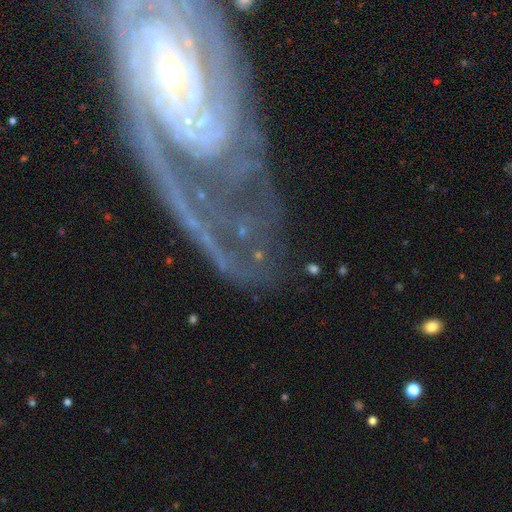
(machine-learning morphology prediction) A featured or disk galaxy (87%) with no bar (51%), 2 (33%) tight (69%) spiral arms (95%) and a small central bulge (60%).

Vote fractions:
- Smooth or featured? featured or disk: 87% / star or artifact: 8% / smooth: 5%
- Edge-on disk? no: 95% / yes: 5%
- Bar? no: 51% / weak: 26% / strong: 23%
- Spiral arms? yes: 95% / no: 5%
- Spiral winding? tight: 69% / medium: 23% / loose: 7%
- Spiral arm count? 2: 33% / can't tell: 23% / 3: 15% / 4: 11% / more than 4: 10% / 1: 9%
- Bulge size? small: 60% / moderate: 34% / large: 3% / none: 2% / dominant: 1%
- Merging? none: 64% / minor disturbance: 17% / major disturbance: 16% / merger: 3%